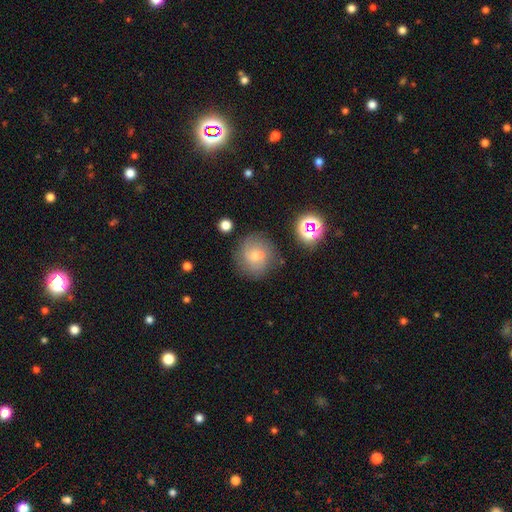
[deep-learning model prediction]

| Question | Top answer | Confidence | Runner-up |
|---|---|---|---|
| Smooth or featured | smooth | 49% | featured or disk (37%) |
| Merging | none | 65% | minor disturbance (16%) |